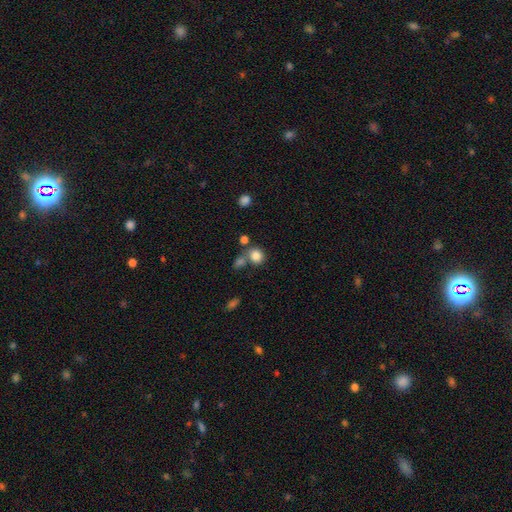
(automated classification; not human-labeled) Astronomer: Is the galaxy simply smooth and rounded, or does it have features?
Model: smooth — 83%.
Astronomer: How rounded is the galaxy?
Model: round — 76%.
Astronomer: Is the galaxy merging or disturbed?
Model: none — 57%.